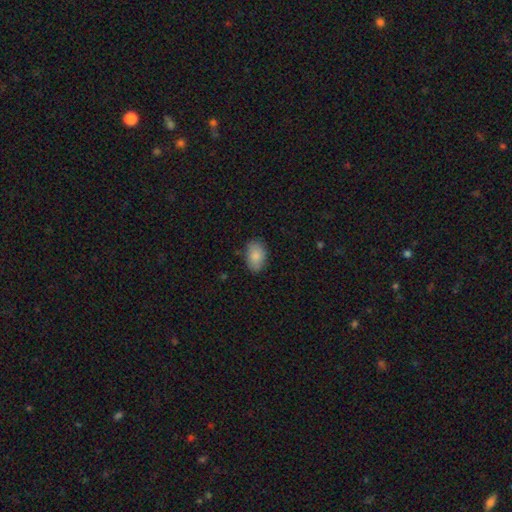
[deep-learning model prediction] smooth_or_featured: smooth (p=0.85) [alt: featured or disk p=0.08]
how_rounded: in between (p=0.88) [alt: round p=0.11]
merging: none (p=0.79) [alt: minor disturbance p=0.16]